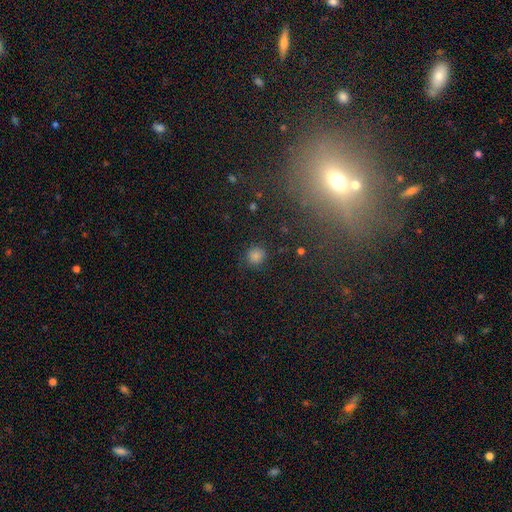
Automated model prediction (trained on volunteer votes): smooth-or-featured: smooth: 80% | star or artifact: 15% | featured or disk: 5%
  how-rounded: round: 89% | in between: 10% | cigar-shaped: 1%
  merging: none: 80% | minor disturbance: 13% | major disturbance: 5% | merger: 2%